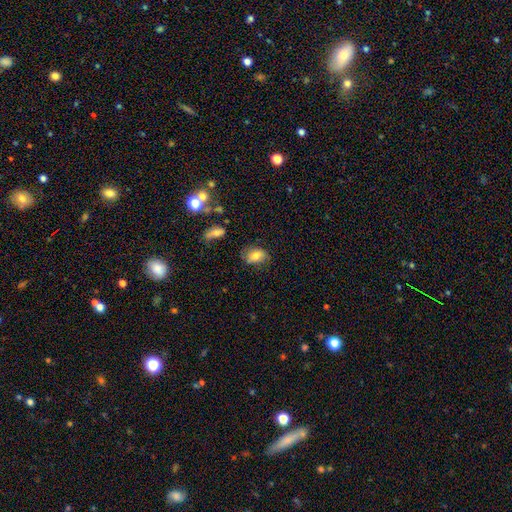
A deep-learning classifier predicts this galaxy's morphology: Overall: smooth (73%). How rounded: in between (78%). Merging: none (69%).